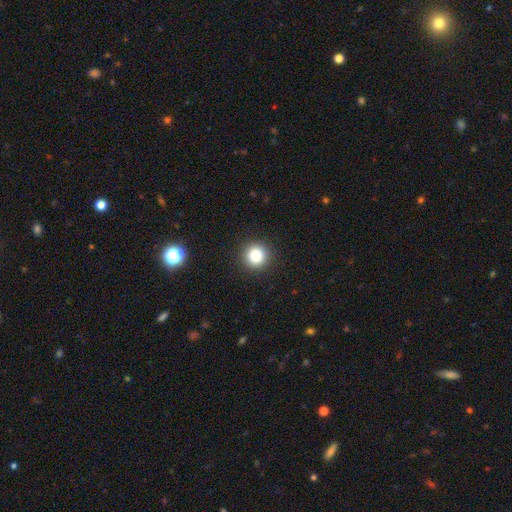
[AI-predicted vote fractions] Smooth or featured?
  - smooth: 84% *
  - star or artifact: 11%
  - featured or disk: 5%
How rounded?
  - round: 94% *
  - in between: 5%
  - cigar-shaped: 1%
Merging?
  - none: 92% *
  - minor disturbance: 5%
  - major disturbance: 2%
  - merger: 1%